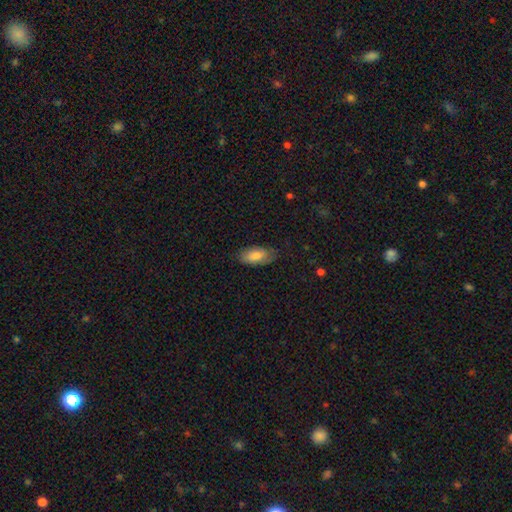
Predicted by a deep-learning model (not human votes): Overall: smooth (78%). How rounded: in between (91%). Merging: none (73%).